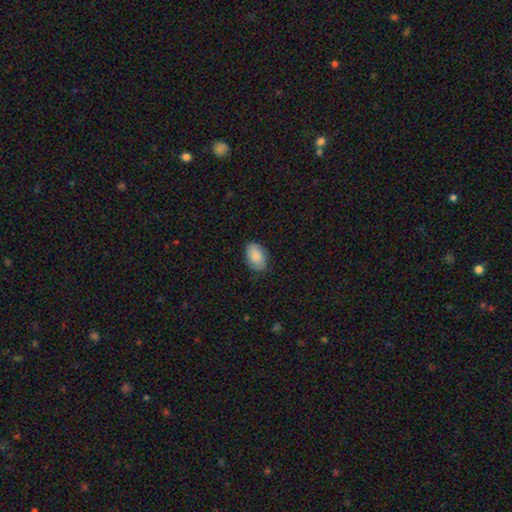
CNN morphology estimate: Overall: smooth (86%). How rounded: in between (91%). Merging: none (82%).